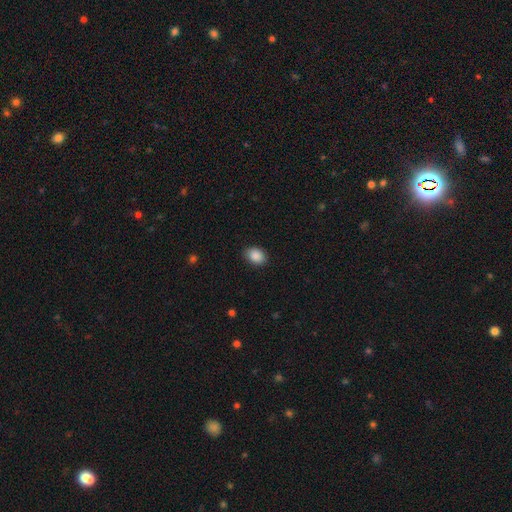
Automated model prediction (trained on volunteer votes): smooth-or-featured: smooth: 89% | star or artifact: 8% | featured or disk: 3%
  how-rounded: in between: 73% | round: 26% | cigar-shaped: 1%
  merging: none: 86% | minor disturbance: 11% | major disturbance: 2% | merger: 1%